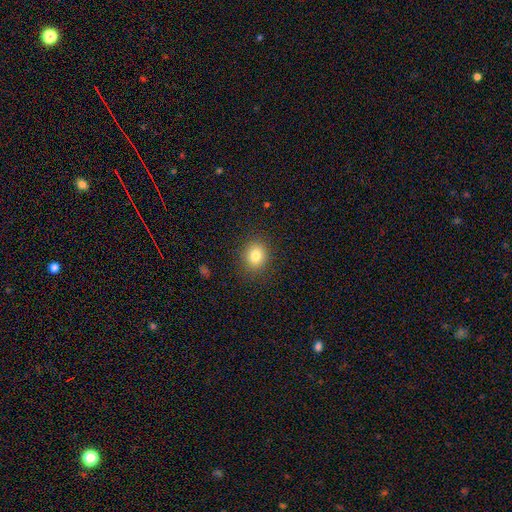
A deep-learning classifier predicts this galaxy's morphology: This appears to be a smooth galaxy with no disk features (81%) that is round (73%). Merging: none (88%).